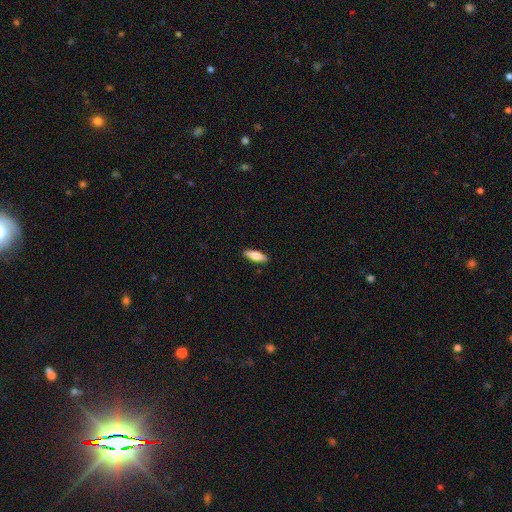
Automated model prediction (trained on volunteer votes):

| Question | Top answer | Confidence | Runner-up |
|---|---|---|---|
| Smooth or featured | smooth | 75% | featured or disk (19%) |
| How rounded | in between | 52% | cigar-shaped (46%) |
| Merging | none | 90% | minor disturbance (7%) |